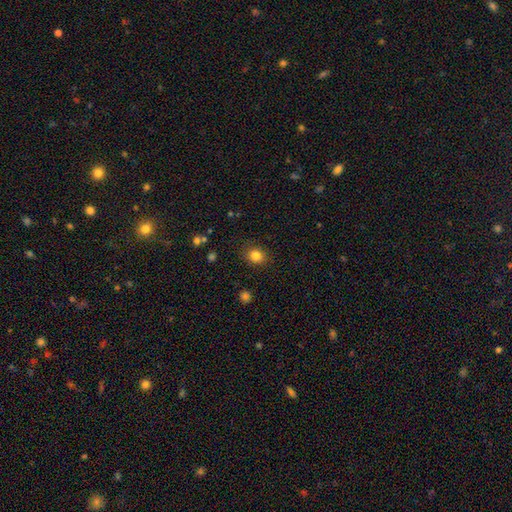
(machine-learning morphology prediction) Smooth or featured?
  - smooth: 83% *
  - star or artifact: 11%
  - featured or disk: 5%
How rounded?
  - round: 69% *
  - in between: 30%
  - cigar-shaped: 1%
Merging?
  - none: 87% *
  - minor disturbance: 9%
  - major disturbance: 3%
  - merger: 1%